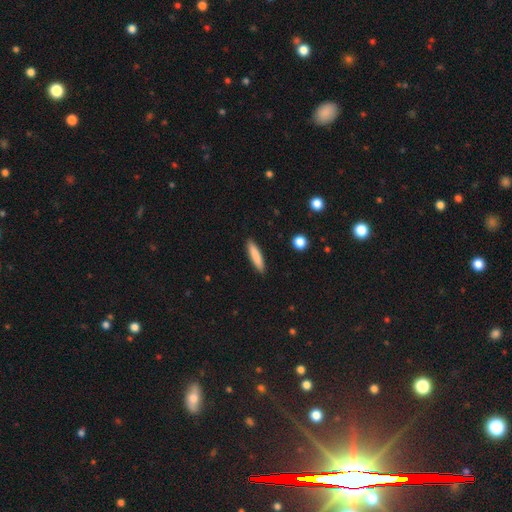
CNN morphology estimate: Smooth or featured? Predicted: smooth (p=0.85). How rounded? Predicted: cigar-shaped (p=0.84). Merging? Predicted: none (p=0.90).